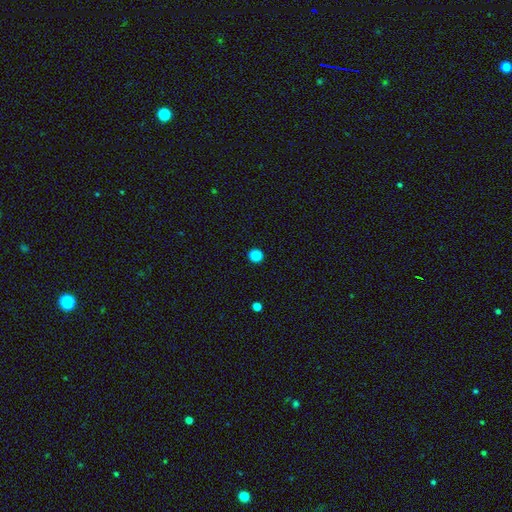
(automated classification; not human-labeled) A smooth galaxy with no disk features (86%) that is round (93%). Merging: none (93%).